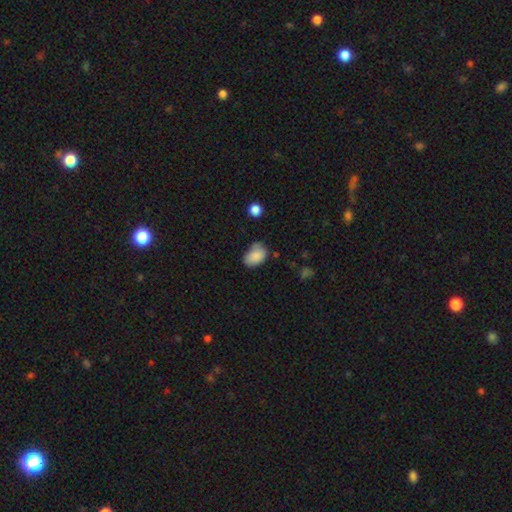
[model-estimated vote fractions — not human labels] Smooth or featured? Predicted: smooth (p=0.85). How rounded? Predicted: in between (p=0.85). Merging? Predicted: none (p=0.54).